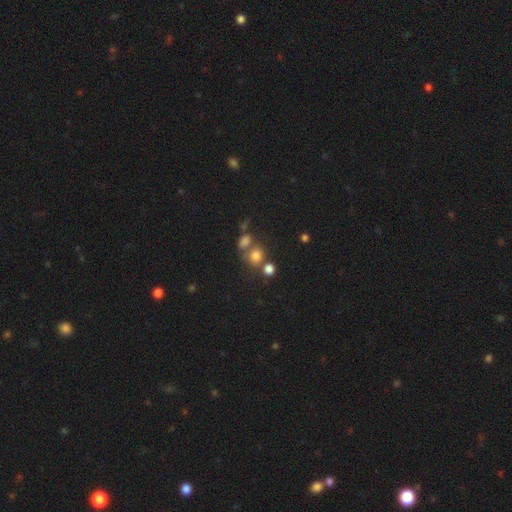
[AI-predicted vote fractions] Q: Smooth or featured?
A: smooth (74%); runner-up: star or artifact (17%)
Q: How rounded?
A: round (76%); runner-up: in between (23%)
Q: Merging?
A: none (51%); runner-up: merger (33%)